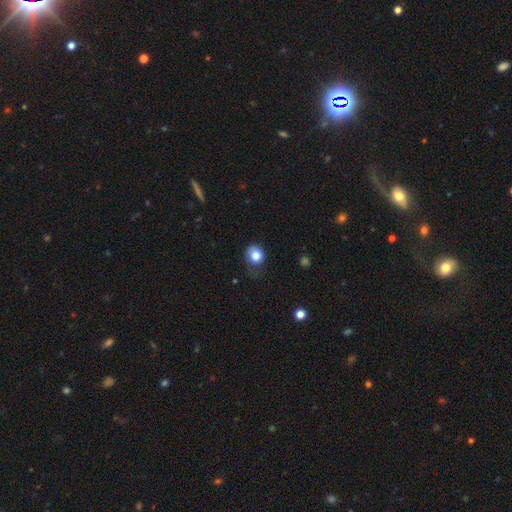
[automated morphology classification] The model was most divided on "merging": none: 51%, minor disturbance: 32%, major disturbance: 15%, merger: 2%. More confident: smooth or featured — smooth (81%); how rounded — round (71%).